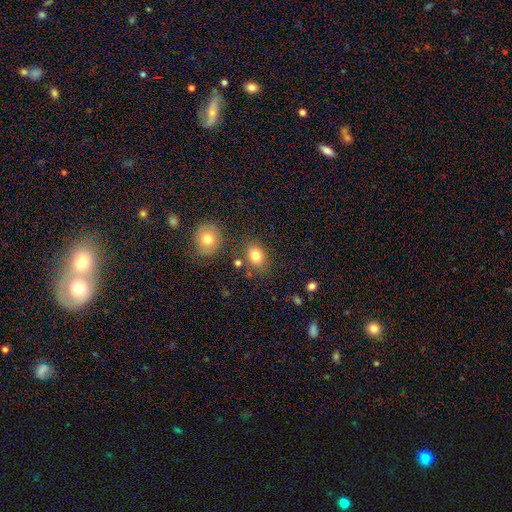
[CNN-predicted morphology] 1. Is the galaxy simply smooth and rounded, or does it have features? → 81% smooth, 11% star or artifact, 8% featured or disk.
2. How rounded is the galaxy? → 54% in between, 45% round, 1% cigar-shaped.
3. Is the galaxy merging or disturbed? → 75% none, 13% minor disturbance, 8% merger, 4% major disturbance.